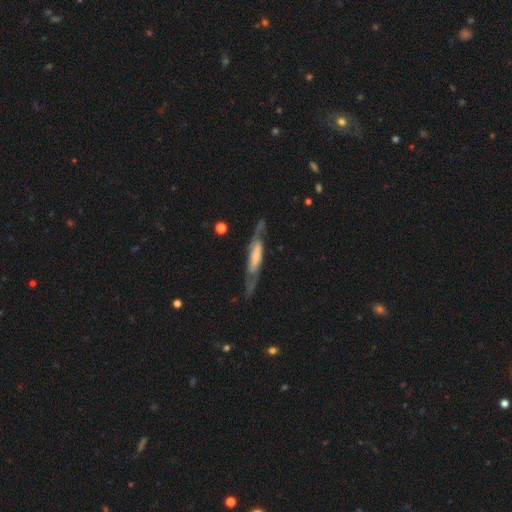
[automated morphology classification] featured or disk 67%, smooth 27%, star or artifact 6%. Down the decision tree: edge-on disk — no (51%); merging — none (63%).